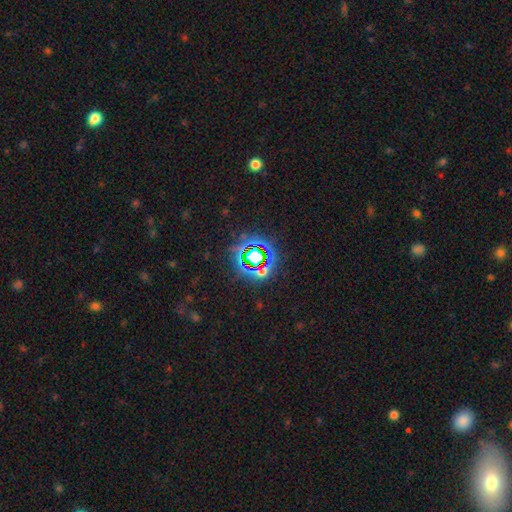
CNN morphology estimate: smooth_or_featured: star or artifact (p=0.76) [alt: smooth p=0.14]